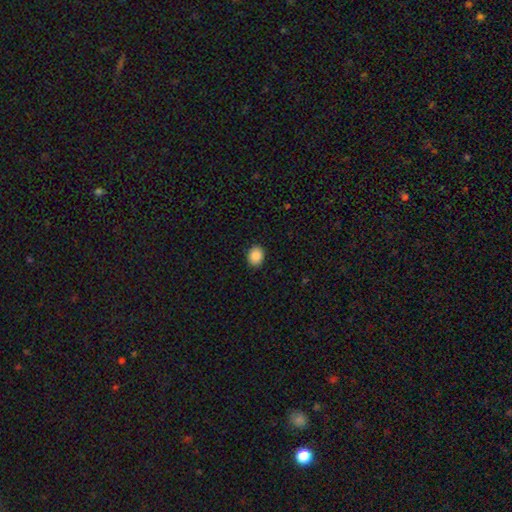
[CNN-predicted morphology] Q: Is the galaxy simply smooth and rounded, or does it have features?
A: smooth — 89%.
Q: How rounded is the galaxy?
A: round — 50%, tied with in between.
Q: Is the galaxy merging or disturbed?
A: none — 91%.